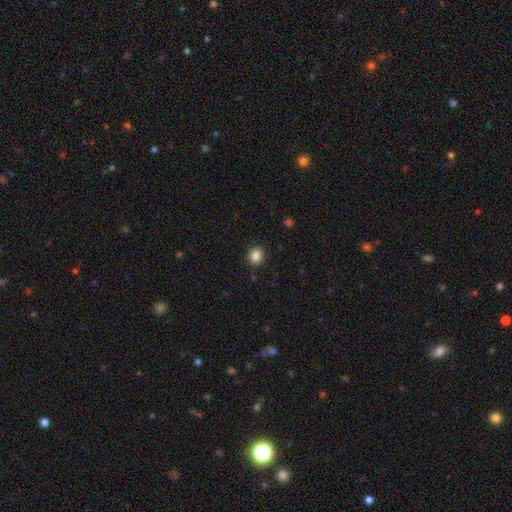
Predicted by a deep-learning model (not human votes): Smooth or featured: smooth — 87% (star or artifact — 10%)
How rounded: round — 64% (in between — 36%)
Merging: none — 89% (minor disturbance — 7%)